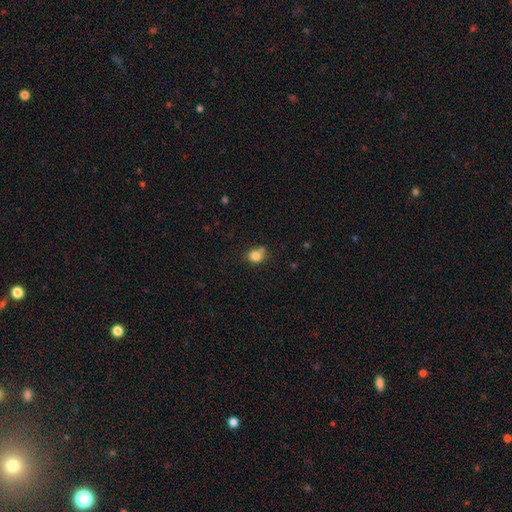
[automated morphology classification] Smooth or featured? smooth (81%)
How rounded? round (71%)
Merging? none (59%)